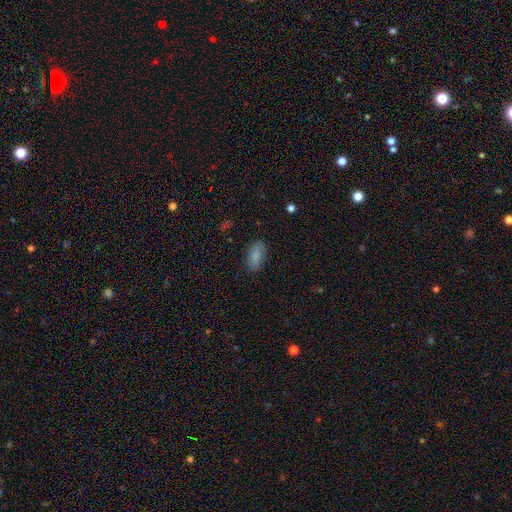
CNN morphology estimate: smooth 86%, star or artifact 8%, featured or disk 6%. Down the decision tree: how rounded — in between (87%); merging — none (84%).